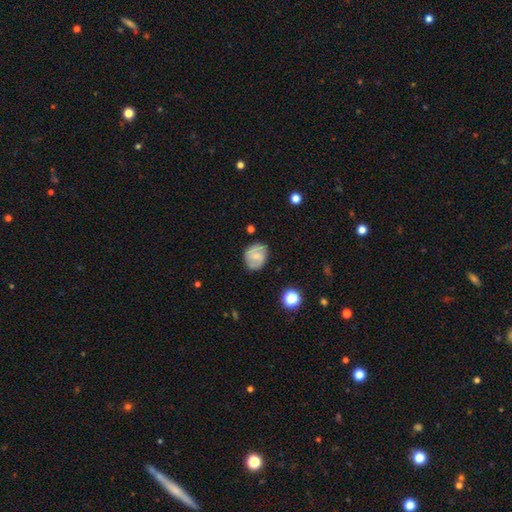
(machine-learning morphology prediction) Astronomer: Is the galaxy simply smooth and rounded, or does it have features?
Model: featured or disk — 63%.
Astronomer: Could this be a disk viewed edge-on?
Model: no — 97%.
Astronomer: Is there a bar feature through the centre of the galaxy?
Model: weak — 50% (runner-up: no, 37%).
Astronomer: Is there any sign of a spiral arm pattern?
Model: yes — 89%.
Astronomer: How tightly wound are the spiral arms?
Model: medium — 48% (runner-up: tight, 35%).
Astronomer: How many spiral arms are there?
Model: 2 — 84%.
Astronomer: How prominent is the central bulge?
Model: small — 55%.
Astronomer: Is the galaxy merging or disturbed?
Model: none — 80%.